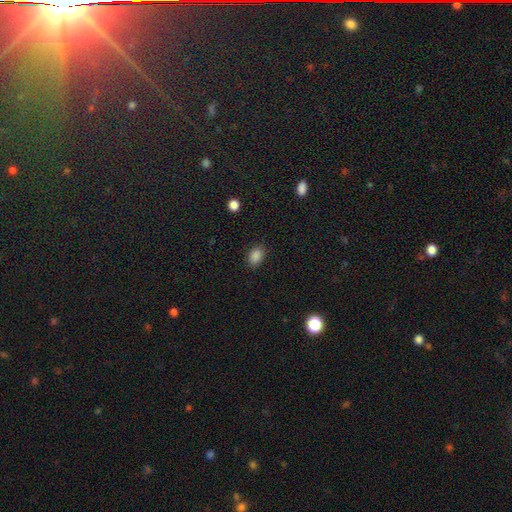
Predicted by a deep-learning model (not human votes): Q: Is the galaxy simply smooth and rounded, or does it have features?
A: smooth — 86%.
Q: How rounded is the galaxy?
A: in between — 78%.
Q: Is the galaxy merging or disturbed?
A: none — 86%.